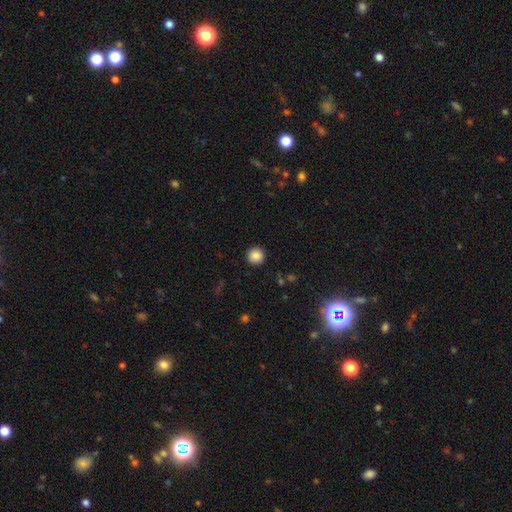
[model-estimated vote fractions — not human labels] smooth 87%, star or artifact 10%, featured or disk 3%. Down the decision tree: how rounded — round (95%); merging — none (92%).